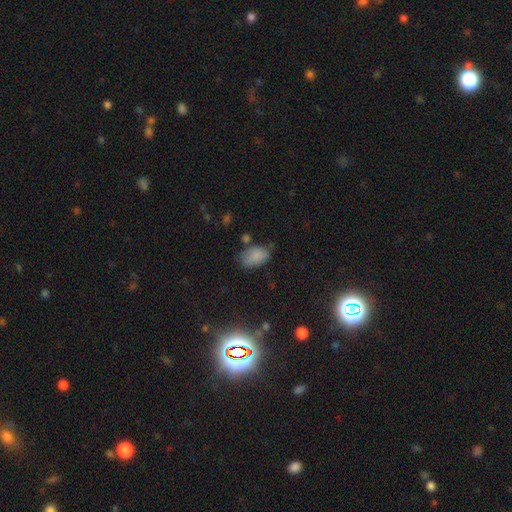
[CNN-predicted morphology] A smooth galaxy with no disk features (82%) that is in between round and cigar-shaped (90%).

Vote fractions:
- Smooth or featured? smooth: 82% / star or artifact: 10% / featured or disk: 8%
- How rounded? in between: 90% / round: 9% / cigar-shaped: 1%
- Merging? none: 56% / minor disturbance: 29% / major disturbance: 9% / merger: 6%